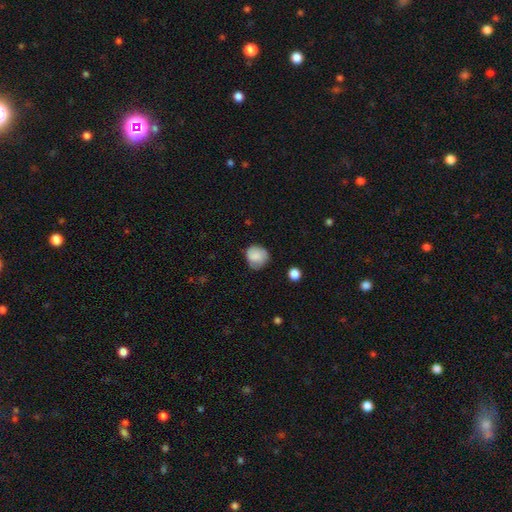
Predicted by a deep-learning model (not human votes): Overall: smooth (78%). How rounded: round (81%). Merging: none (64%; minor disturbance 27%).